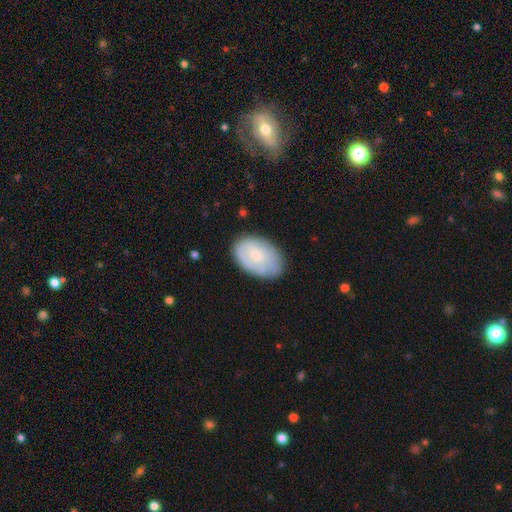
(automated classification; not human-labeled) A smooth galaxy with no disk features (56%) that is in between round and cigar-shaped (87%).

Vote fractions:
- Smooth or featured? smooth: 56% / featured or disk: 37% / star or artifact: 6%
- How rounded? in between: 87% / round: 12% / cigar-shaped: 1%
- Merging? none: 72% / minor disturbance: 21% / major disturbance: 6% / merger: 2%